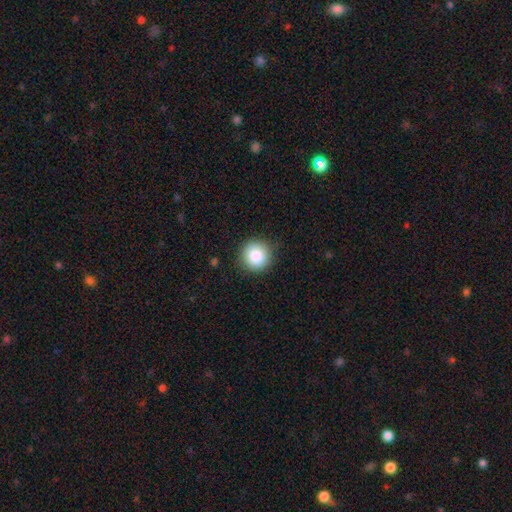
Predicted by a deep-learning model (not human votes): Smooth or featured? smooth (86%)
How rounded? round (94%)
Merging? none (89%)